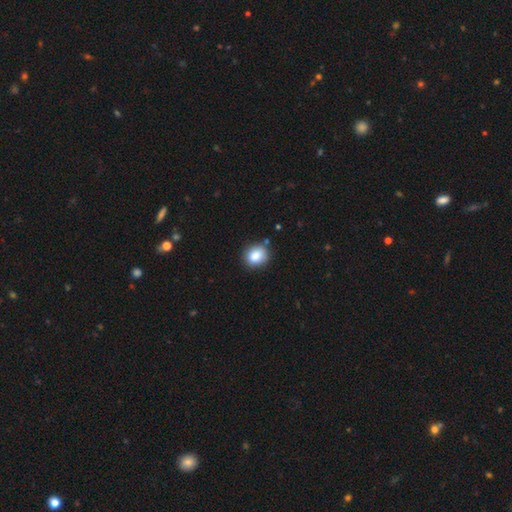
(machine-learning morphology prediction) This is clearly a smooth galaxy (86%). How rounded: likely round (65%). Merging: clearly none (82%).